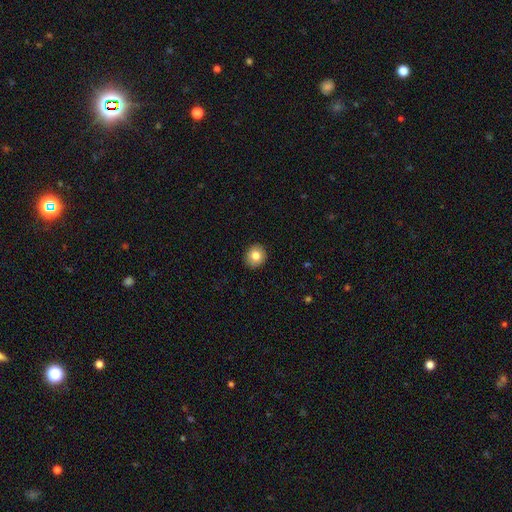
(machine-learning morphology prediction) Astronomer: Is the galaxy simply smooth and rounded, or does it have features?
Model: smooth — 81%.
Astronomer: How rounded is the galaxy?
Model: round — 79%.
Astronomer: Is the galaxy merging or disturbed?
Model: none — 91%.